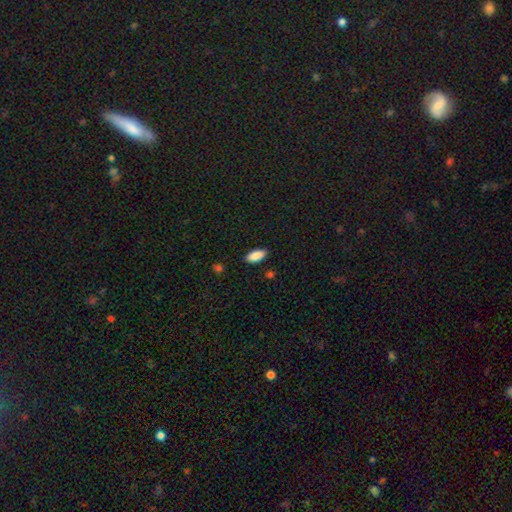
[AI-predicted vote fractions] A smooth galaxy with no disk features (88%) that is in between round and cigar-shaped (88%). Merging: none (88%).